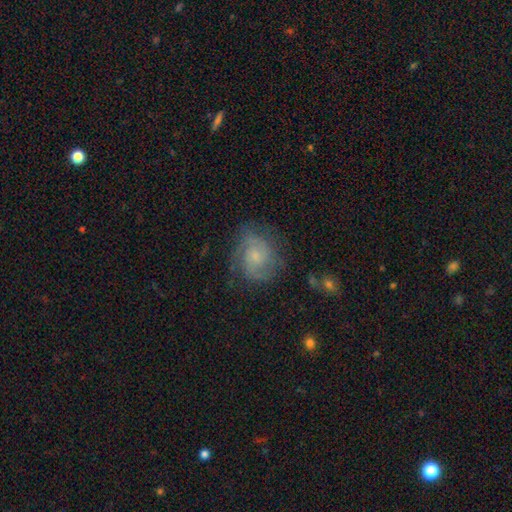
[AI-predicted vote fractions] This is likely a featured or disk galaxy (69%). It is clearly not viewed edge-on (98%). Bar: likely no (67%). Spiral arm pattern: clearly yes (92%). Spiral arm count: possibly 2 (60%). Spiral winding: marginally medium (43%, tied with tight). Central bulge: possibly small (59%). Merging: likely none (70%).